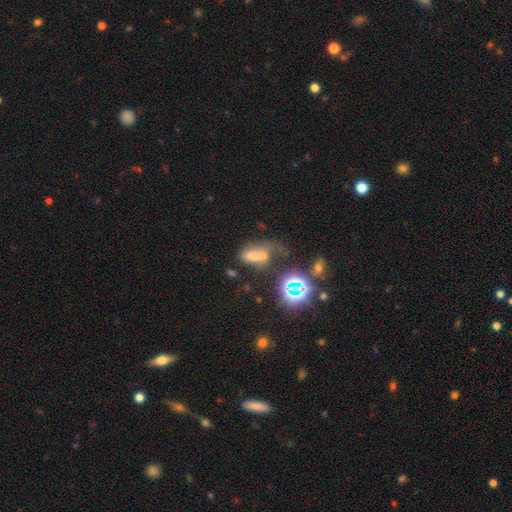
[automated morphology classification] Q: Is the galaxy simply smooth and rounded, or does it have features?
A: smooth — 54%.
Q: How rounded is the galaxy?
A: in between — 76%.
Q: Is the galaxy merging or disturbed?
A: merger — 56%.